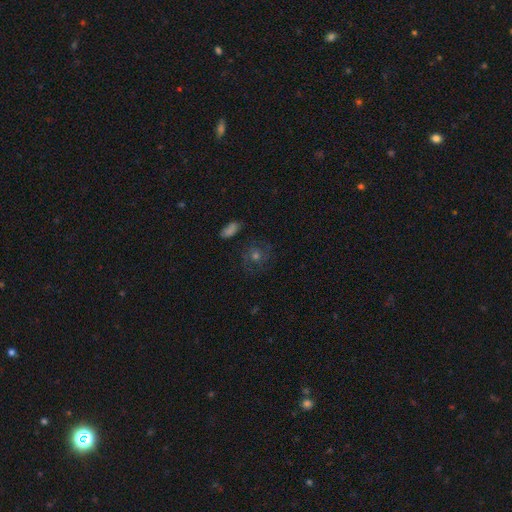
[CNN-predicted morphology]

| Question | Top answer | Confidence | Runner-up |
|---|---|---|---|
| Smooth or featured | featured or disk | 44% | smooth (33%) |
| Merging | none | 76% | minor disturbance (14%) |